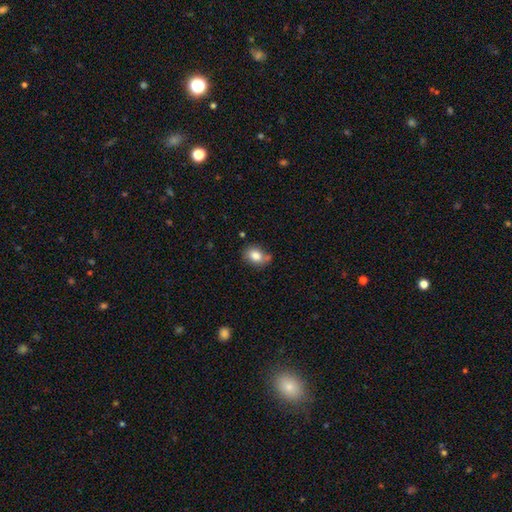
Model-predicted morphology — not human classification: This is clearly a smooth galaxy (82%). How rounded: likely in between (63%). Merging: likely none (62%).